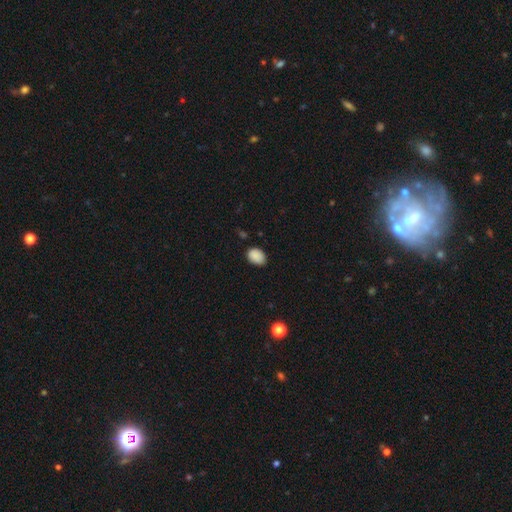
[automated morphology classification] A smooth galaxy with no disk features (88%) that is in between round and cigar-shaped (77%).

Vote fractions:
- Smooth or featured? smooth: 88% / star or artifact: 8% / featured or disk: 3%
- How rounded? in between: 77% / round: 22% / cigar-shaped: 1%
- Merging? none: 76% / minor disturbance: 20% / major disturbance: 3% / merger: 1%